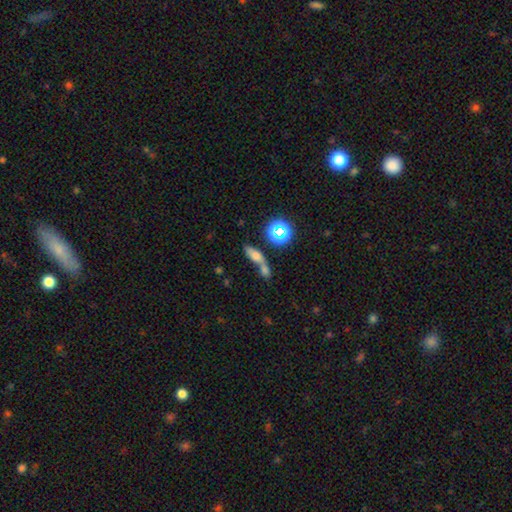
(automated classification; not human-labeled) A smooth galaxy with no disk features (62%) that is in between round and cigar-shaped (57%).

Vote fractions:
- Smooth or featured? smooth: 62% / star or artifact: 20% / featured or disk: 18%
- How rounded? in between: 57% / cigar-shaped: 30% / round: 13%
- Merging? merger: 55% / none: 30% / minor disturbance: 9% / major disturbance: 6%